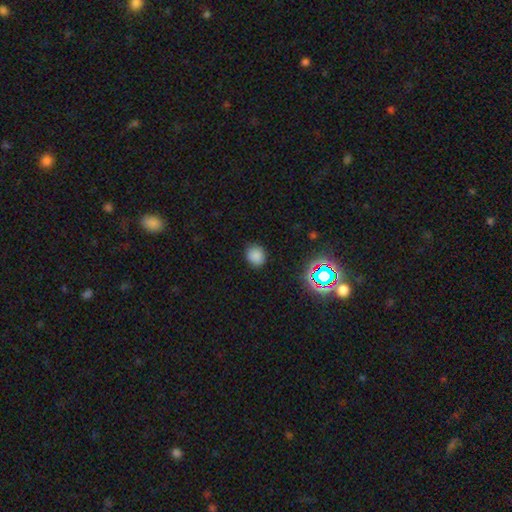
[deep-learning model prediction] Smooth or featured? Predicted: smooth (p=0.80). How rounded? Predicted: round (p=0.79). Merging? Predicted: none (p=0.85).